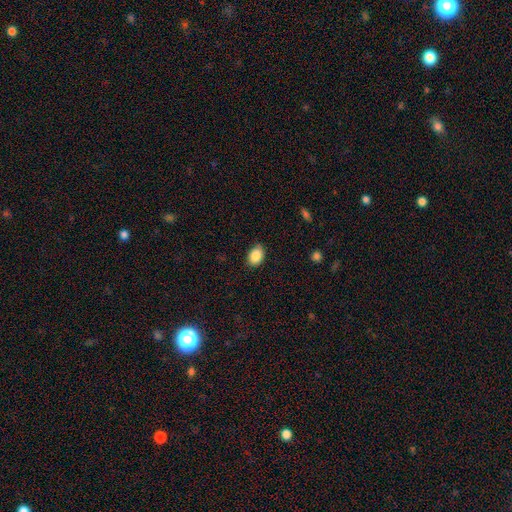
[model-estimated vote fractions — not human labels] smooth_or_featured: smooth (p=0.88) [alt: star or artifact p=0.08]
how_rounded: in between (p=0.77) [alt: round p=0.22]
merging: none (p=0.77) [alt: minor disturbance p=0.19]